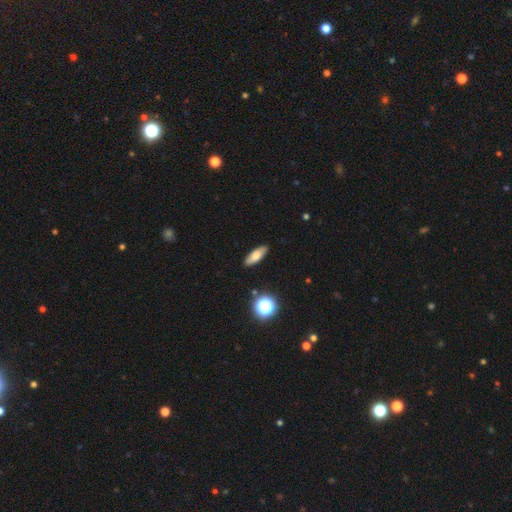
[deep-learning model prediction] Overall: smooth (70%). How rounded: in between (63%; cigar-shaped 33%). Merging: none (88%).